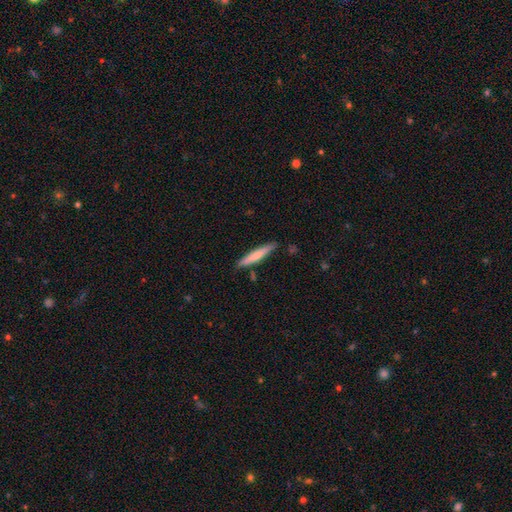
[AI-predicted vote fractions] A smooth galaxy with no disk features (68%) that is cigar-shaped (93%). Merging: none (84%).